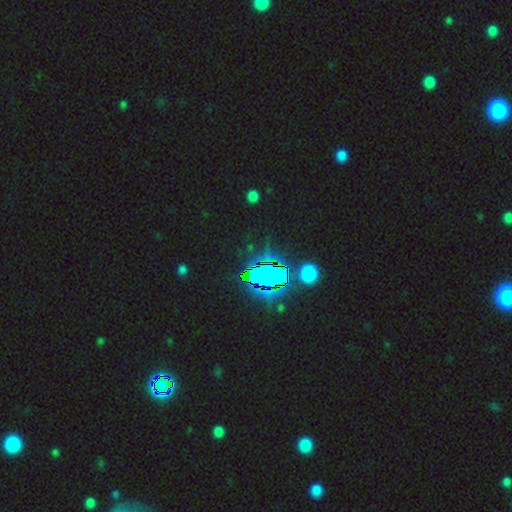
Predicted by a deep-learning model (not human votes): This is clearly a star or artifact rather than a galaxy (84%).